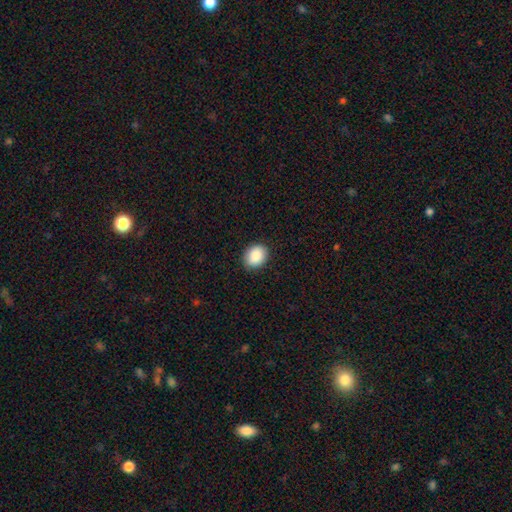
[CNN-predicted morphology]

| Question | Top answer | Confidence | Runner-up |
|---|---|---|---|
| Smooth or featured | smooth | 89% | star or artifact (7%) |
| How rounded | in between | 51% | round (48%) |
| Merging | none | 89% | minor disturbance (8%) |